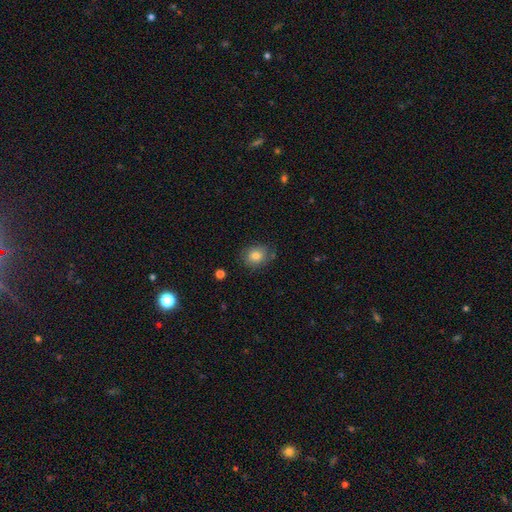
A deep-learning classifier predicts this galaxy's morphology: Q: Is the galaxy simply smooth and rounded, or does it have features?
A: smooth — 81%.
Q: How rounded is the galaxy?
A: round — 60%.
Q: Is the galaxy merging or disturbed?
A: none — 77%.